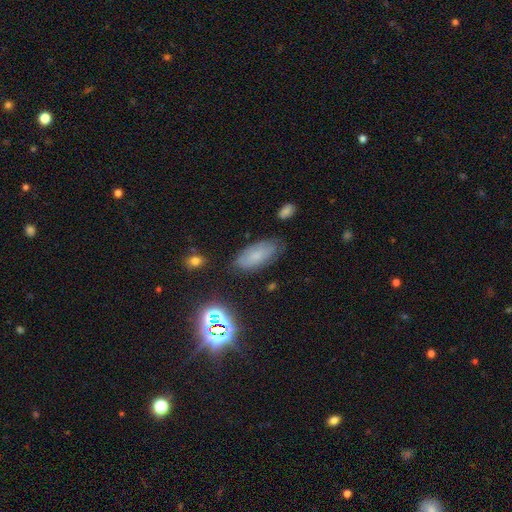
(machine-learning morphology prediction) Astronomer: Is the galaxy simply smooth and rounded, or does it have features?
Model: smooth — 65%.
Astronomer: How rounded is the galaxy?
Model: in between — 89%.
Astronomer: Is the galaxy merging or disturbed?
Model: none — 76%.